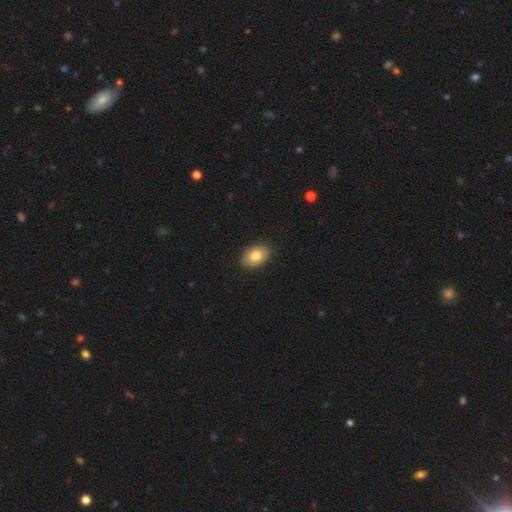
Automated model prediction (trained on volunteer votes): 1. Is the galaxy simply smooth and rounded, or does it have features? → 83% smooth, 10% featured or disk, 7% star or artifact.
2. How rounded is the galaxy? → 81% in between, 18% round, 1% cigar-shaped.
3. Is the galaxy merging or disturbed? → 87% none, 10% minor disturbance, 2% major disturbance, 1% merger.